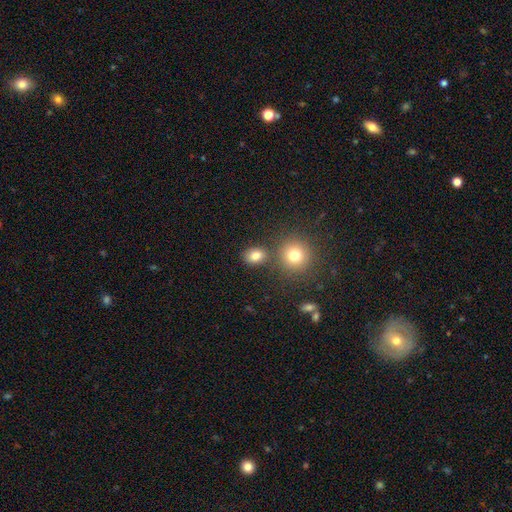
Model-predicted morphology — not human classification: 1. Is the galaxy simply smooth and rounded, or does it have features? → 80% smooth, 13% star or artifact, 6% featured or disk.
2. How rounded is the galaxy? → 52% in between, 47% round, 1% cigar-shaped.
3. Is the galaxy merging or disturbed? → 73% none, 13% merger, 10% minor disturbance, 4% major disturbance.